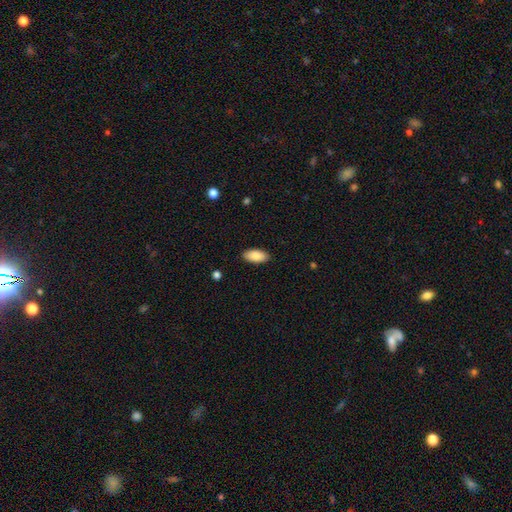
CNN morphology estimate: Smooth or featured? Predicted: smooth (p=0.85). How rounded? Predicted: in between (p=0.92). Merging? Predicted: none (p=0.89).